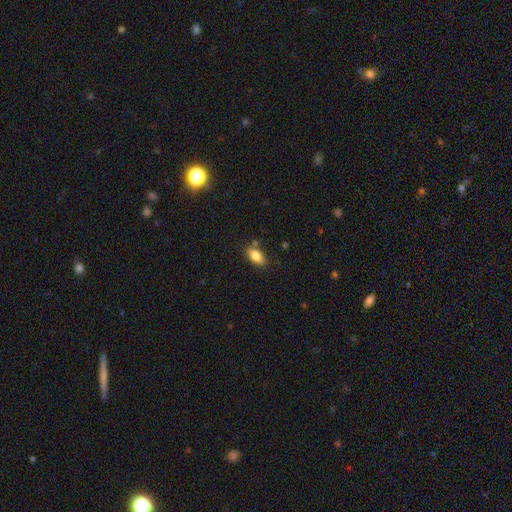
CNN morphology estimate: Overall: smooth (82%). How rounded: in between (87%). Merging: none (79%).